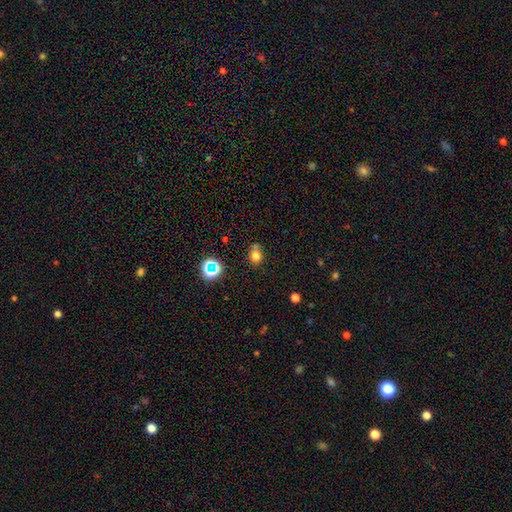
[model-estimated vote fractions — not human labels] Overall: smooth (75%). How rounded: round (70%). Merging: none (61%).